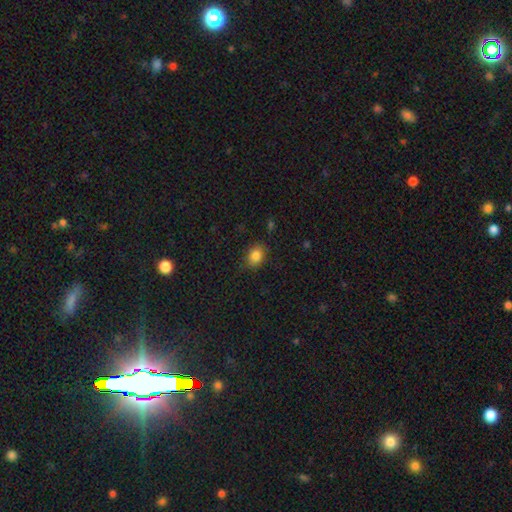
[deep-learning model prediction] Q: Smooth or featured?
A: smooth (84%); runner-up: star or artifact (11%)
Q: How rounded?
A: in between (55%); runner-up: round (44%)
Q: Merging?
A: none (80%); runner-up: minor disturbance (15%)